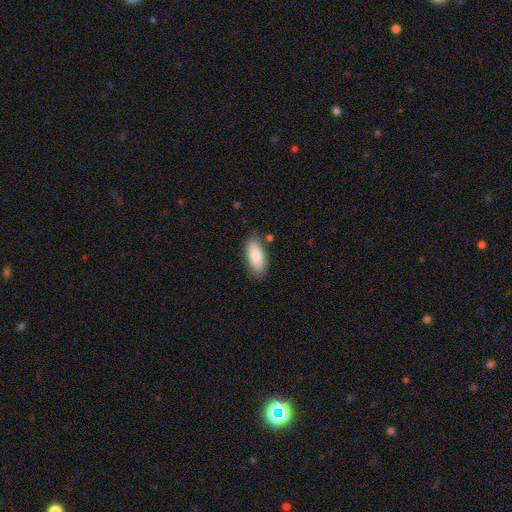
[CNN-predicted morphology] smooth_or_featured: smooth (p=0.81) [alt: featured or disk p=0.13]
how_rounded: in between (p=0.83) [alt: cigar-shaped p=0.14]
merging: none (p=0.80) [alt: minor disturbance p=0.14]